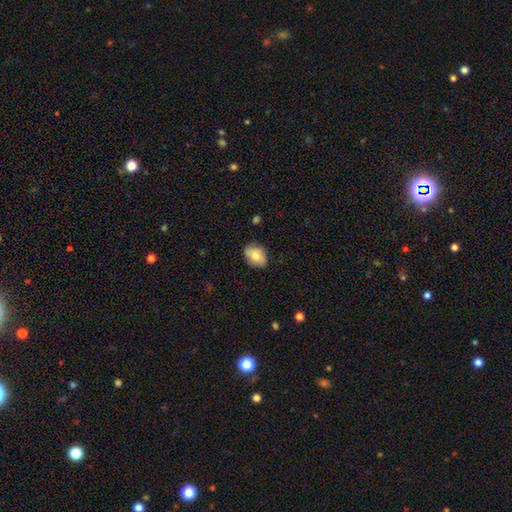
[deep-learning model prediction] Smooth or featured?
  - smooth: 74% *
  - featured or disk: 18%
  - star or artifact: 8%
How rounded?
  - in between: 73% *
  - round: 26%
  - cigar-shaped: 1%
Merging?
  - none: 79% *
  - minor disturbance: 17%
  - major disturbance: 3%
  - merger: 1%